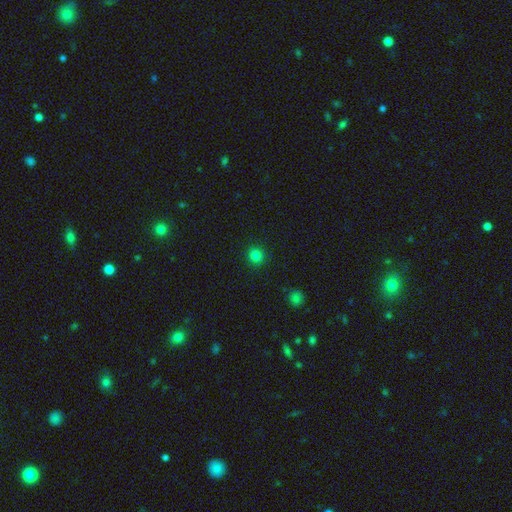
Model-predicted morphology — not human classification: Smooth or featured?
  - smooth: 81% *
  - star or artifact: 14%
  - featured or disk: 4%
How rounded?
  - round: 92% *
  - in between: 7%
  - cigar-shaped: 1%
Merging?
  - none: 91% *
  - minor disturbance: 6%
  - major disturbance: 2%
  - merger: 1%